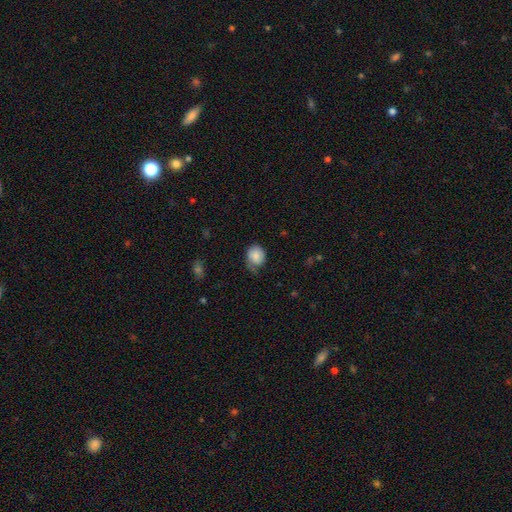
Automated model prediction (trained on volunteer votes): Overall: smooth (77%). How rounded: round (56%; in between 43%). Merging: none (39%; minor disturbance 38%).